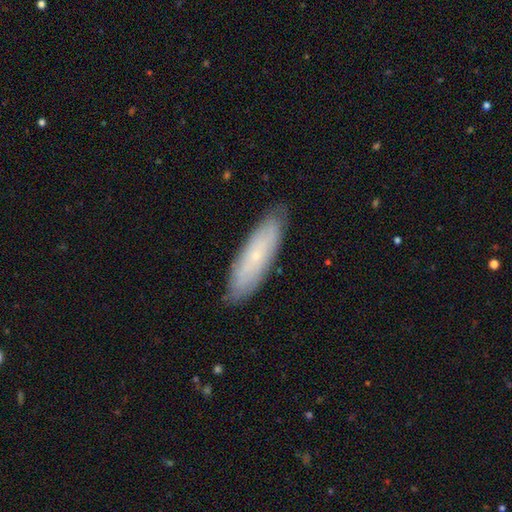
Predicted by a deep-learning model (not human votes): This appears to be a featured or disk galaxy (46%, tied with smooth). Merging: none (85%).